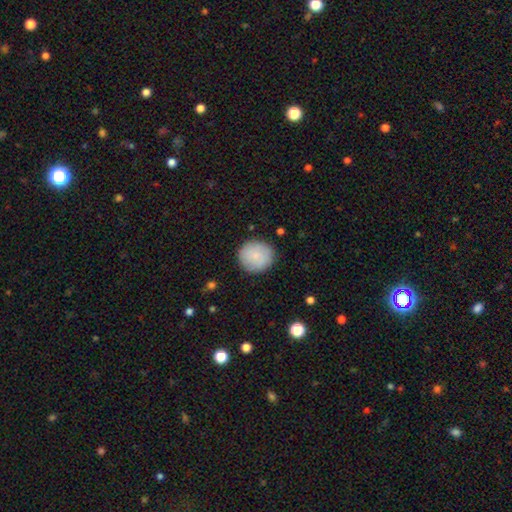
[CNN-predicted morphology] This appears to be a smooth galaxy with no disk features (84%) that is round (91%). Merging: none (88%).